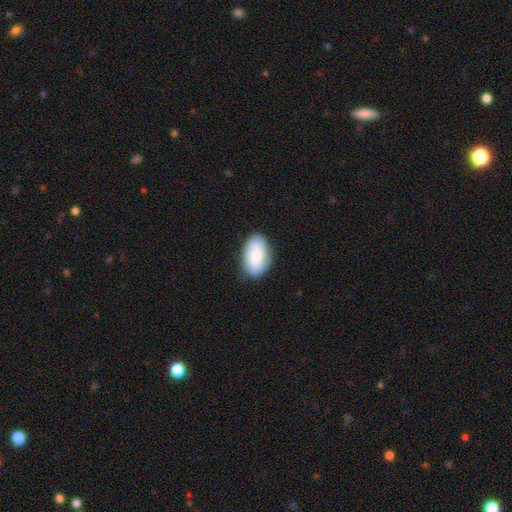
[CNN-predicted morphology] Smooth or featured: smooth — 68% (featured or disk — 25%)
How rounded: in between — 92% (round — 6%)
Merging: none — 80% (minor disturbance — 16%)